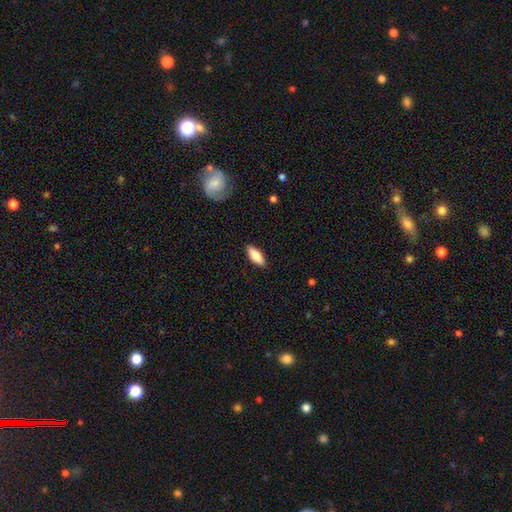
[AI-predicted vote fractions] Smooth or featured: smooth — 74% (featured or disk — 21%)
How rounded: in between — 71% (cigar-shaped — 27%)
Merging: none — 89% (minor disturbance — 8%)